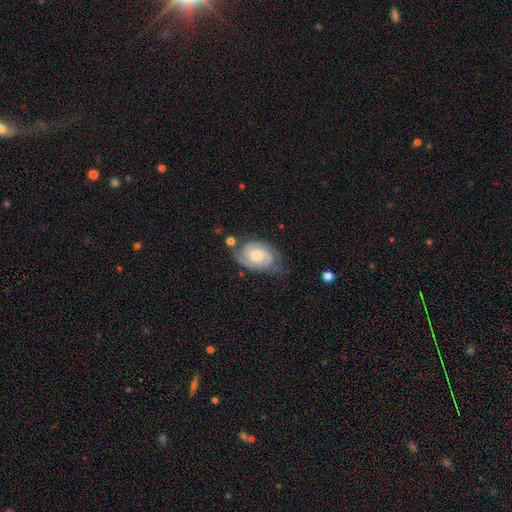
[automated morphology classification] smooth-or-featured: featured or disk: 83% | smooth: 11% | star or artifact: 6%
  disk-edge-on: no: 97% | yes: 3%
    bar: no: 66% | weak: 28% | strong: 5%
    has-spiral-arms: yes: 97% | no: 3%
      spiral-winding: tight: 61% | medium: 33% | loose: 6%
      spiral-arm-count: 2: 81% | can't tell: 8% | 3: 6% | 1: 2% | 4: 1% | more than 4: 1%
    bulge-size: moderate: 55% | small: 32% | large: 8% | none: 5% | dominant: 1%
  merging: none: 68% | minor disturbance: 21% | major disturbance: 7% | merger: 4%